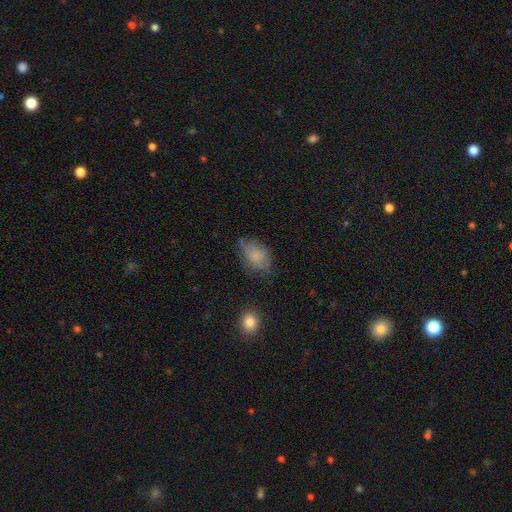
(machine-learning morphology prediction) type=smooth (76%); roundness=in between (80%); merging=none (59%).